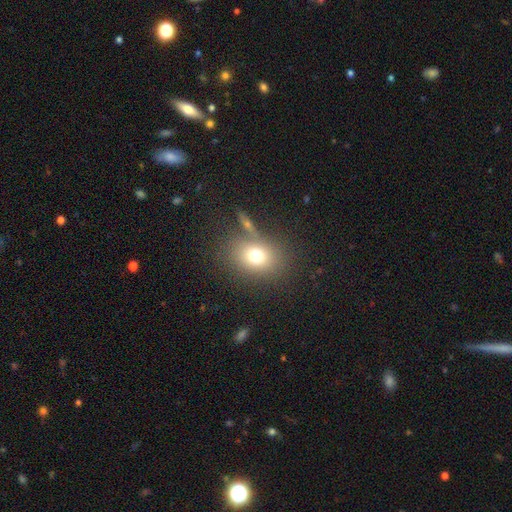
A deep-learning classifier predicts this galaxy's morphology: Smooth or featured? Predicted: smooth (p=0.73). How rounded? Predicted: in between (p=0.53). Merging? Predicted: none (p=0.69).